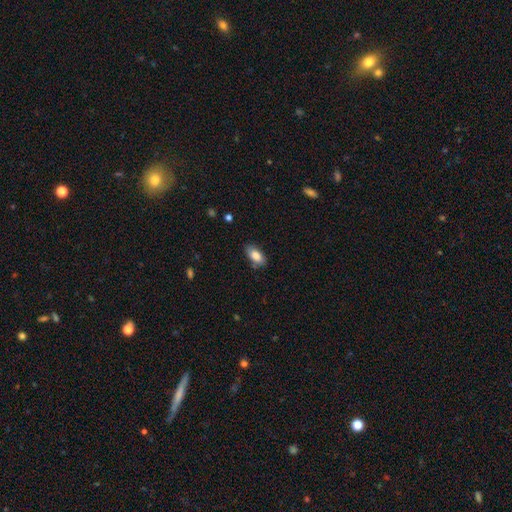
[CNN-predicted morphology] This appears to be a smooth galaxy with no disk features (83%) that is in between round and cigar-shaped (91%). Merging: none (79%).